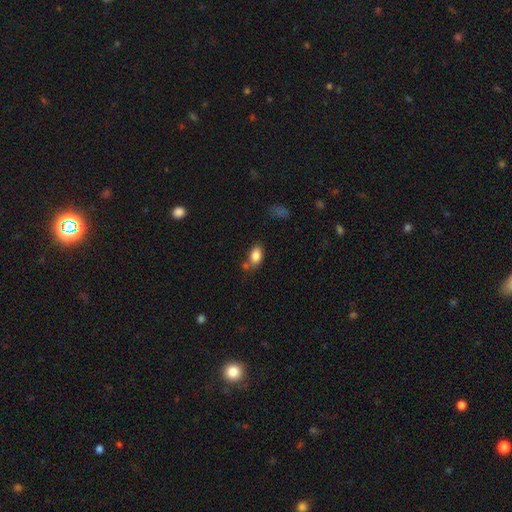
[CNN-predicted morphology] Smooth or featured? Predicted: smooth (p=0.83). How rounded? Predicted: in between (p=0.86). Merging? Predicted: none (p=0.61).